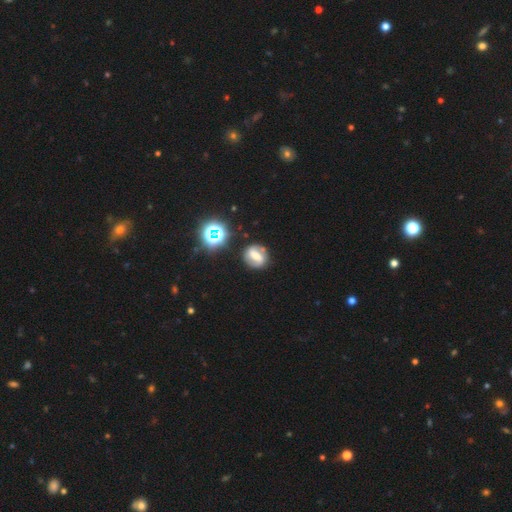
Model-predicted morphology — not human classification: Overall: featured or disk (60%; smooth 27%). Edge-on disk: no (93%). Bar: strong (60%; weak 28%). Spiral arms: yes (68%; no 32%). Bulge size: moderate (46%; small 29%). Merging: none (79%).